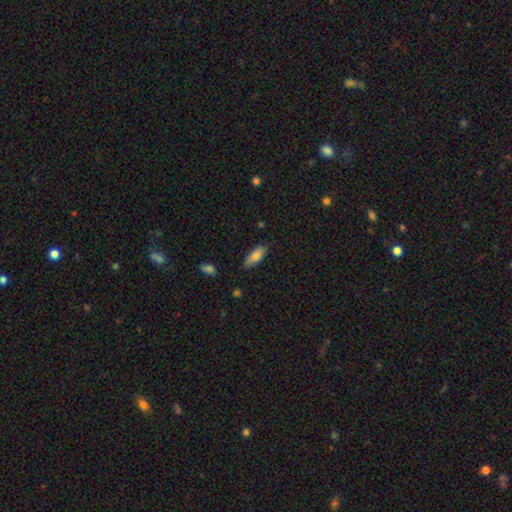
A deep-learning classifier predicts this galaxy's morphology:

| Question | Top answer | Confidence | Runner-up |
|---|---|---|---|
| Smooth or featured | smooth | 78% | featured or disk (15%) |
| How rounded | in between | 69% | cigar-shaped (29%) |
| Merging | none | 80% | minor disturbance (16%) |